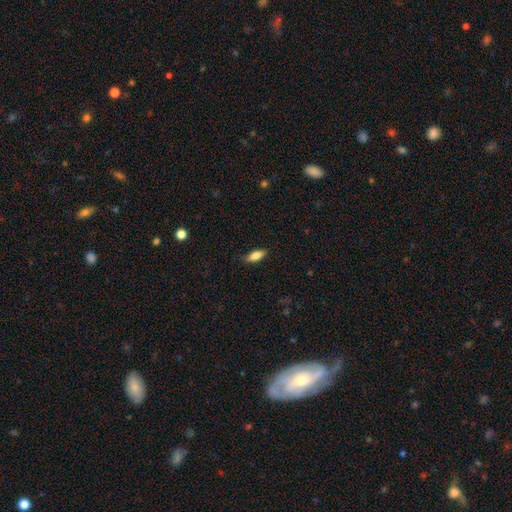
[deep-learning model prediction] smooth-or-featured: smooth: 79% | featured or disk: 14% | star or artifact: 7%
  how-rounded: in between: 70% | cigar-shaped: 27% | round: 2%
  merging: none: 83% | minor disturbance: 13% | major disturbance: 3% | merger: 1%